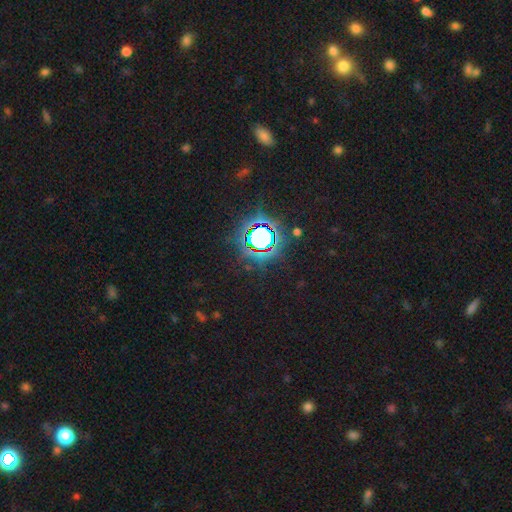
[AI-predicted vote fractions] Morphology: type=star or artifact (82%).